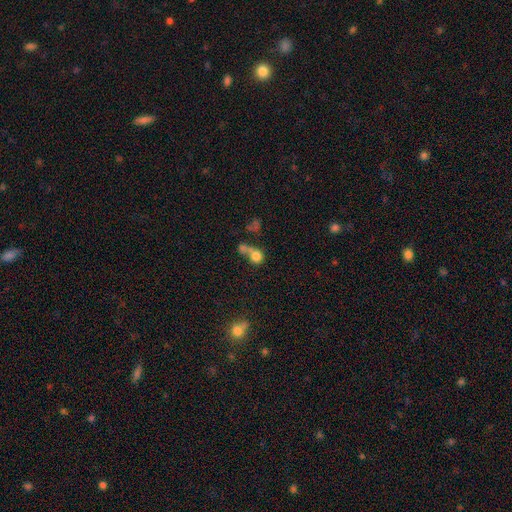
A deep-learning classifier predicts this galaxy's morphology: Overall: smooth (74%). How rounded: round (79%). Merging: merger (50%; none 30%).